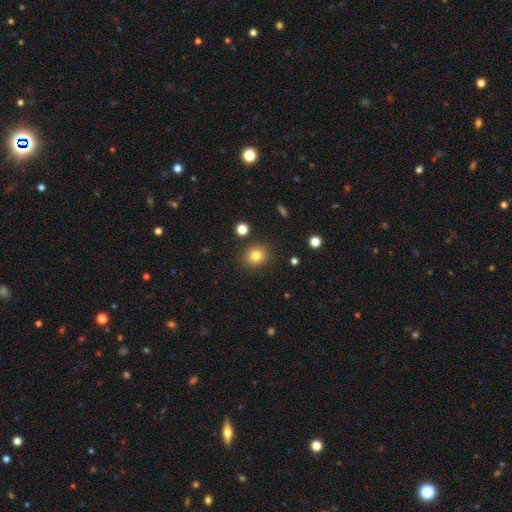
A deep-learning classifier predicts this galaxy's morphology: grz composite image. It shows a smooth galaxy with no disk features (80%) that is round (76%). Merging: none (87%).